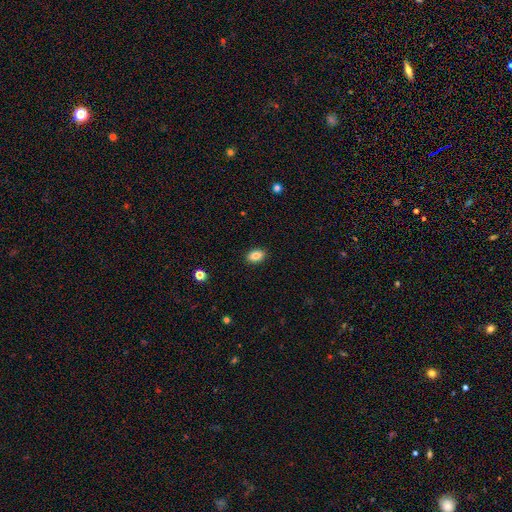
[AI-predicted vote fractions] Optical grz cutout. It shows a smooth galaxy with no disk features (84%) that is in between round and cigar-shaped (86%). Merging: none (90%).